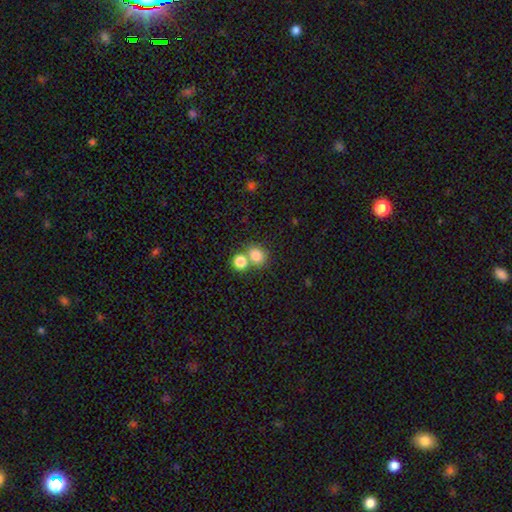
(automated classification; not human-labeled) Smooth or featured: smooth — 81% (star or artifact — 11%)
How rounded: round — 66% (in between — 33%)
Merging: none — 47% (merger — 43%)